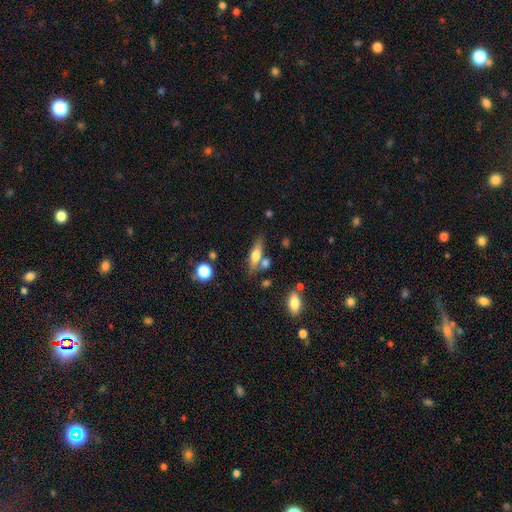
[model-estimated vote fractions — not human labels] smooth 63%, featured or disk 29%, star or artifact 8%. Down the decision tree: how rounded — in between (52%); merging — none (64%).